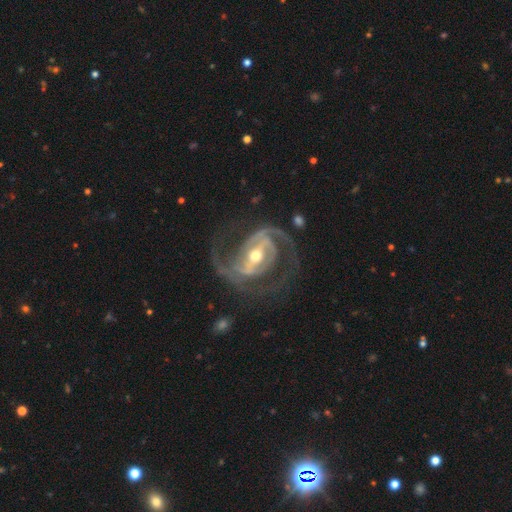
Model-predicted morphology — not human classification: Overall: featured or disk (92%). Edge-on disk: no (97%). Bar: strong (58%; weak 30%). Spiral arms: yes (97%). Spiral arm count: 2 (76%). Spiral winding: medium (54%; tight 29%). Bulge size: moderate (71%). Merging: none (68%).